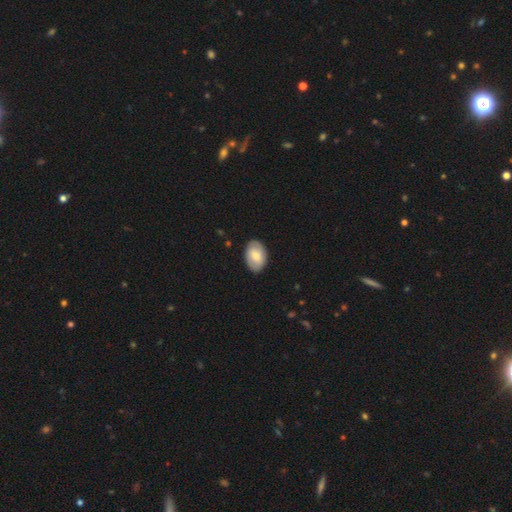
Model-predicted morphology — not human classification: A smooth galaxy with no disk features (70%) that is in between round and cigar-shaped (88%).

Vote fractions:
- Smooth or featured? smooth: 70% / featured or disk: 25% / star or artifact: 6%
- How rounded? in between: 88% / round: 11% / cigar-shaped: 1%
- Merging? none: 86% / minor disturbance: 11% / major disturbance: 2% / merger: 1%